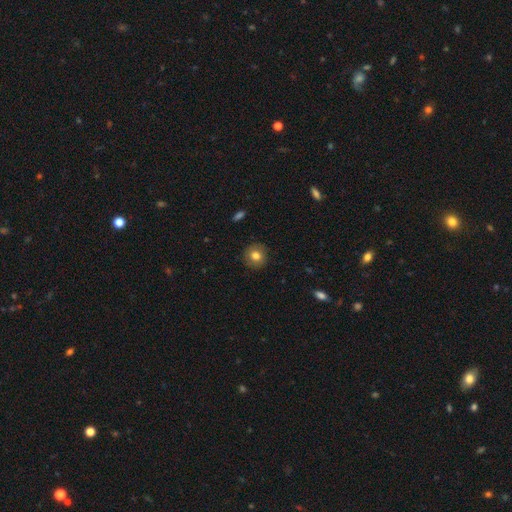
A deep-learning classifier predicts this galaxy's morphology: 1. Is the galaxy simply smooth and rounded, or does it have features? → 78% smooth, 13% featured or disk, 10% star or artifact.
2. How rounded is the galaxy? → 90% round, 9% in between, 1% cigar-shaped.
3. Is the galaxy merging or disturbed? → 89% none, 8% minor disturbance, 2% major disturbance, 1% merger.